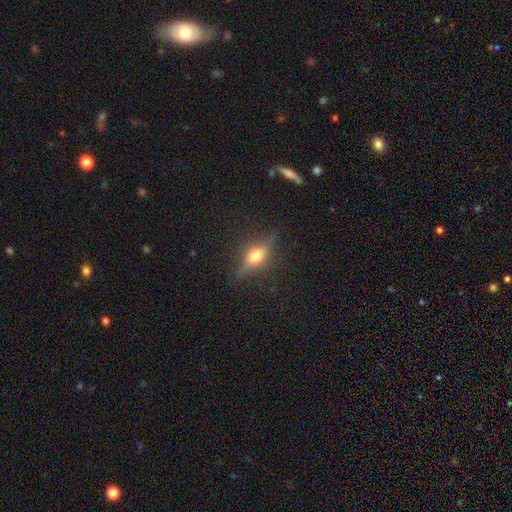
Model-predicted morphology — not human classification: smooth-or-featured: smooth: 46% | featured or disk: 43% | star or artifact: 12%
  merging: none: 81% | minor disturbance: 14% | major disturbance: 4% | merger: 1%